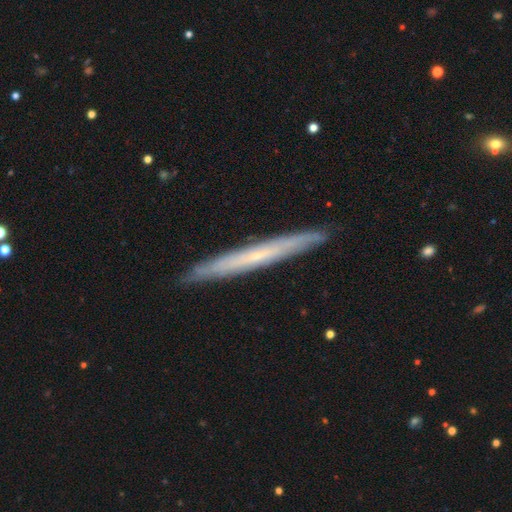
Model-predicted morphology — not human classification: Smooth or featured?
  - featured or disk: 62% *
  - smooth: 32%
  - star or artifact: 6%
Edge-on disk?
  - yes: 92% *
  - no: 8%
Edge-on bulge?
  - none: 72% *
  - rounded: 25%
  - boxy: 3%
Merging?
  - none: 90% *
  - minor disturbance: 8%
  - major disturbance: 1%
  - merger: 1%